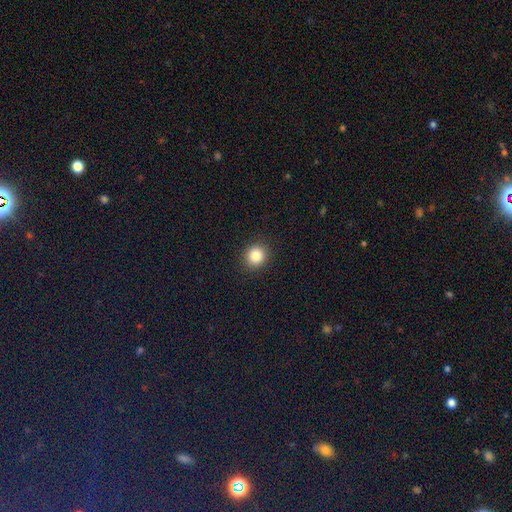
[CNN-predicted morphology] This is clearly a smooth galaxy (84%). How rounded: clearly round (86%). Merging: clearly none (91%).